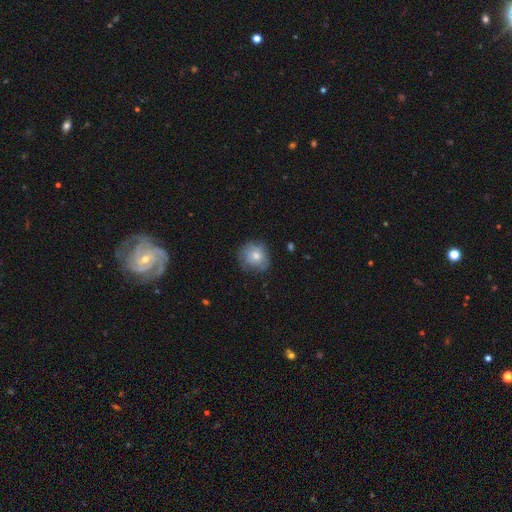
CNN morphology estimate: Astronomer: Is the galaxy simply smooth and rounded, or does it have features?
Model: smooth — 65%.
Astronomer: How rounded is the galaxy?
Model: round — 80%.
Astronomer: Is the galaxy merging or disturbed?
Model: none — 67%.